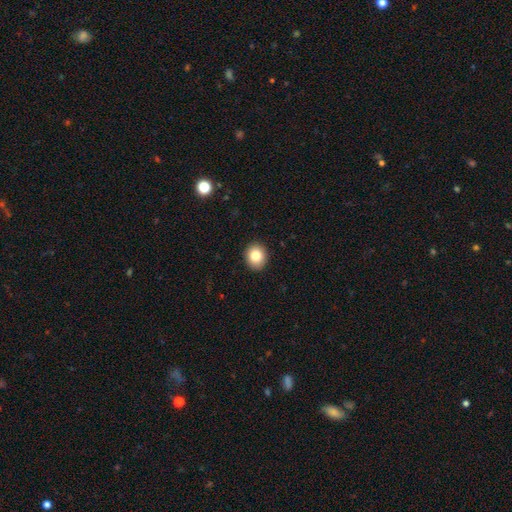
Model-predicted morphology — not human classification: This is clearly a smooth galaxy (82%). How rounded: likely round (66%). Merging: clearly none (91%).